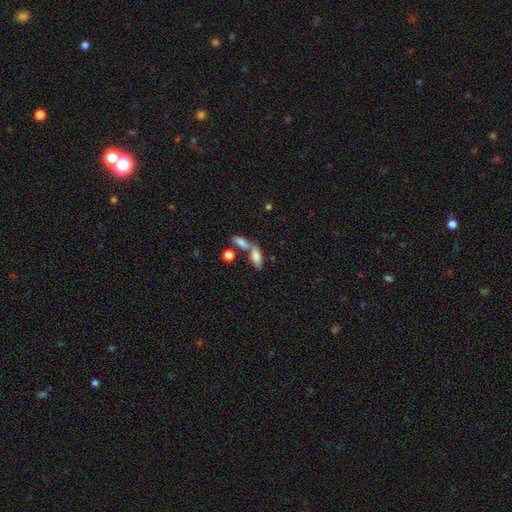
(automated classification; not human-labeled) Q: Smooth or featured?
A: smooth (76%); runner-up: featured or disk (15%)
Q: How rounded?
A: in between (82%); runner-up: cigar-shaped (14%)
Q: Merging?
A: merger (54%); runner-up: none (30%)